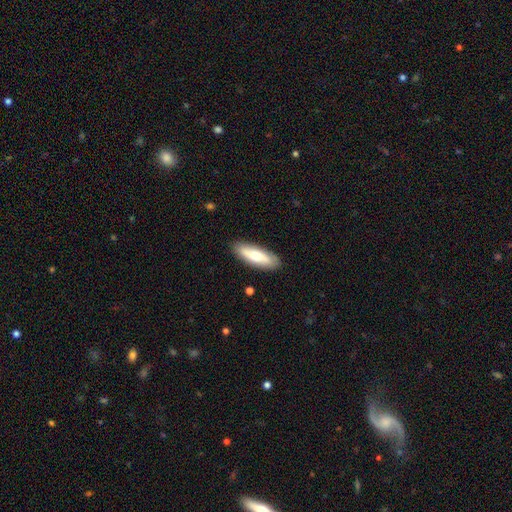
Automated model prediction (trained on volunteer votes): This is likely a smooth galaxy (64%). How rounded: possibly in between (54%). Merging: clearly none (88%).